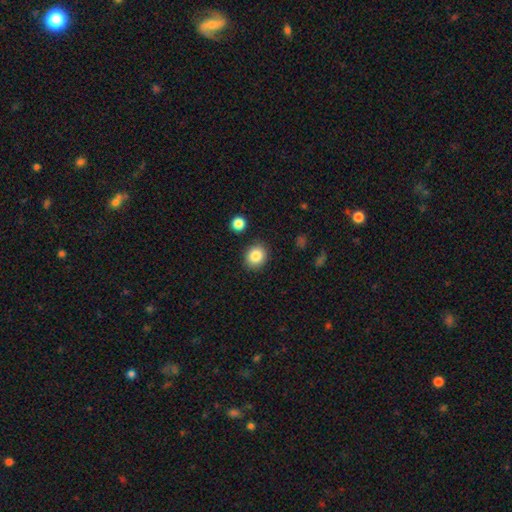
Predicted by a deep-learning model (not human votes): Overall: smooth (85%). How rounded: round (70%). Merging: none (88%).